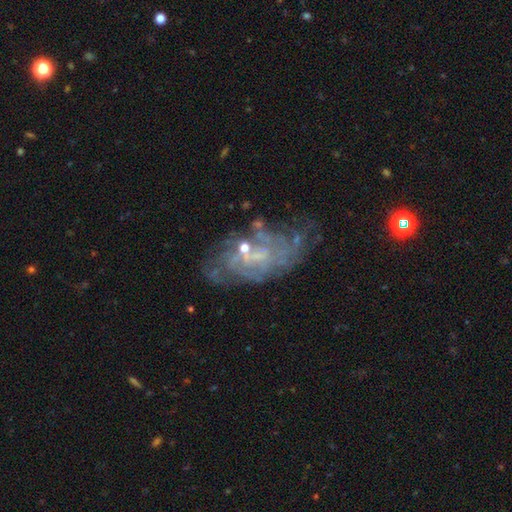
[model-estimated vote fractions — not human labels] Smooth or featured: featured or disk — 73% (smooth — 16%)
Edge-on disk: no — 95% (yes — 5%)
Bar: no — 58% (weak — 35%)
Spiral arms: yes — 63% (no — 37%)
Bulge size: small — 54% (none — 22%)
Merging: none — 52% (minor disturbance — 23%)